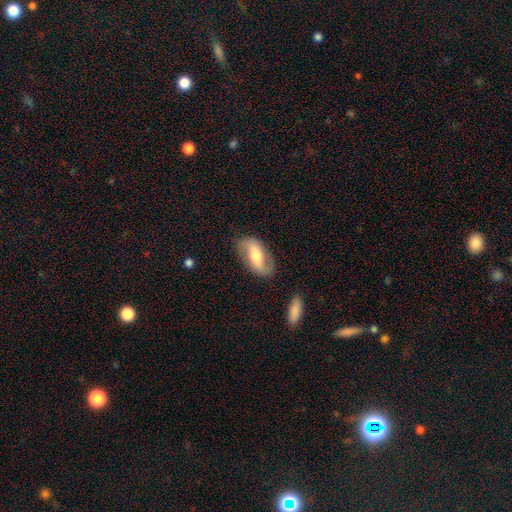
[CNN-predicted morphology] Smooth or featured? featured or disk (72%)
Edge-on disk? no (93%)
Bar? strong (36%)
Spiral arms? yes (89%)
Spiral winding? loose (66%)
Spiral arm count? 2 (91%)
Bulge size? moderate (62%)
Merging? none (79%)